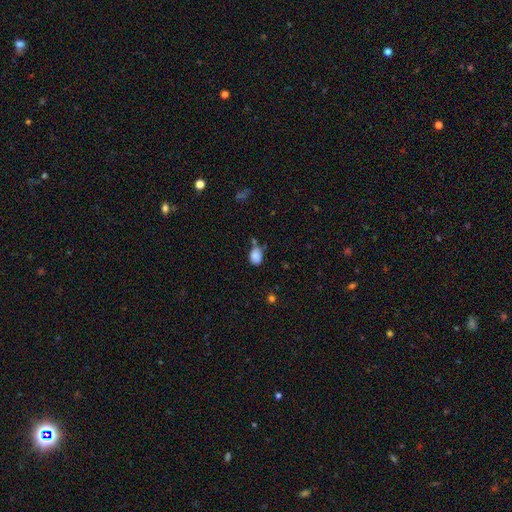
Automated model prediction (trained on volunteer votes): Overall: smooth (86%). How rounded: in between (64%; round 34%). Merging: none (54%; minor disturbance 26%).